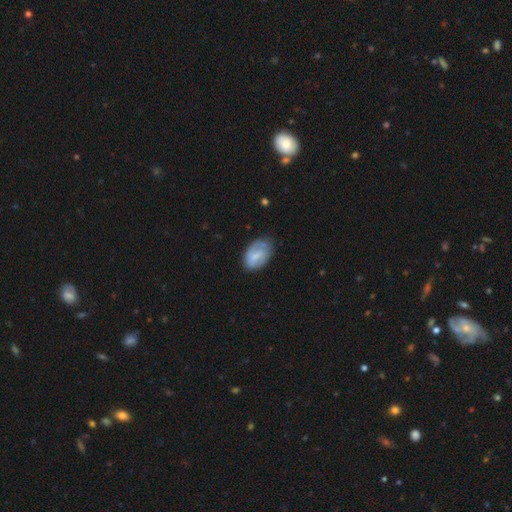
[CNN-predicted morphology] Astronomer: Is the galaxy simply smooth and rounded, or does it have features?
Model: smooth — 56% (runner-up: featured or disk, 38%).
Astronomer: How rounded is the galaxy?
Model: in between — 88%.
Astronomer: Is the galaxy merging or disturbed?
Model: none — 63%.